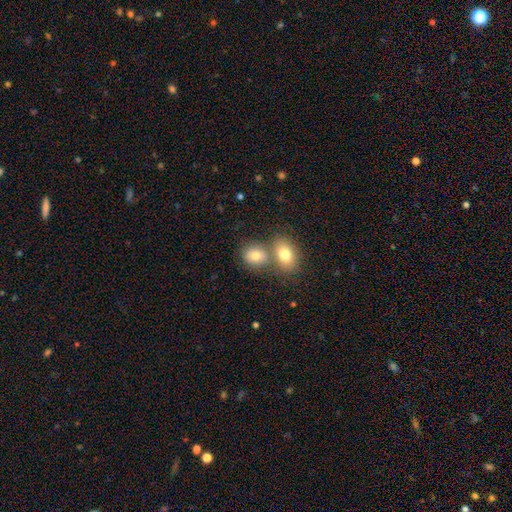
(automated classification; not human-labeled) The model was most divided on "merging": none: 46%, merger: 42%, minor disturbance: 9%, major disturbance: 3%. More confident: smooth or featured — smooth (78%); how rounded — round (53%).